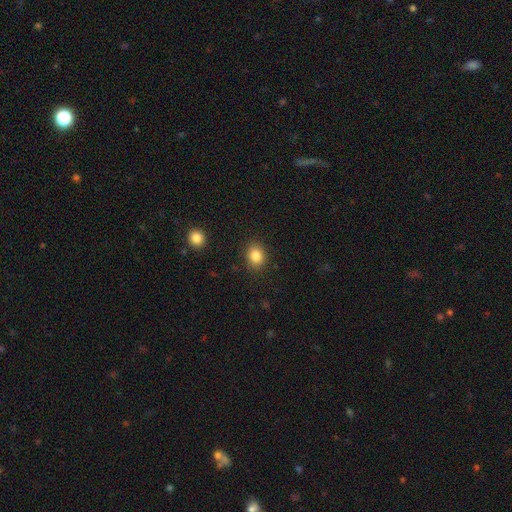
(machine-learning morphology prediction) smooth-or-featured: smooth: 85% | star or artifact: 10% | featured or disk: 5%
  how-rounded: round: 58% | in between: 41% | cigar-shaped: 1%
  merging: none: 88% | minor disturbance: 8% | major disturbance: 3% | merger: 1%